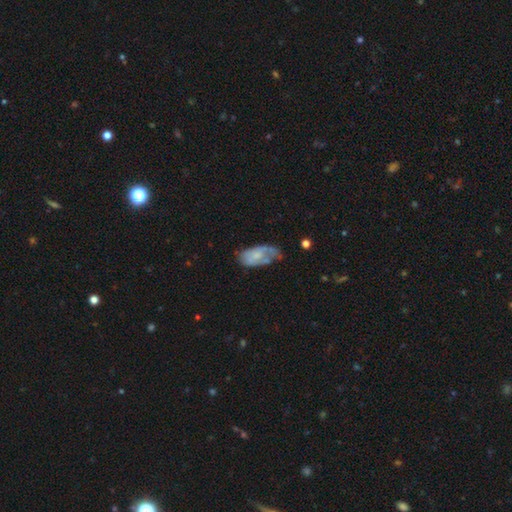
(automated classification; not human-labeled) The model was most divided on "smooth or featured" (2-way tie): smooth: 46%, featured or disk: 46%, star or artifact: 8%. Remaining: merging — minor disturbance (34%).